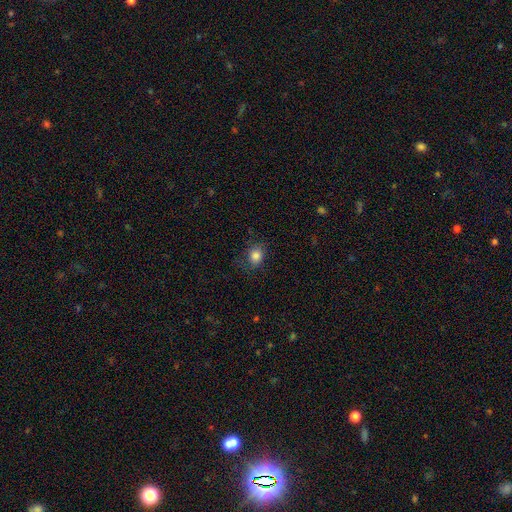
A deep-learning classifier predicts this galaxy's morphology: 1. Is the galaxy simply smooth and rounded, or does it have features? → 84% smooth, 10% star or artifact, 6% featured or disk.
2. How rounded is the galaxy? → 67% round, 32% in between, 1% cigar-shaped.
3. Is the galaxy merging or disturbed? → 76% none, 17% minor disturbance, 6% major disturbance, 1% merger.